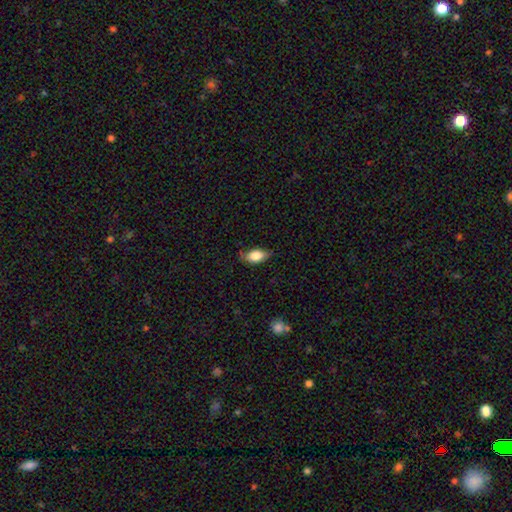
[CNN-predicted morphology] A smooth galaxy with no disk features (76%) that is in between round and cigar-shaped (87%).

Vote fractions:
- Smooth or featured? smooth: 76% / featured or disk: 17% / star or artifact: 7%
- How rounded? in between: 87% / cigar-shaped: 7% / round: 6%
- Merging? none: 70% / minor disturbance: 24% / major disturbance: 5% / merger: 1%